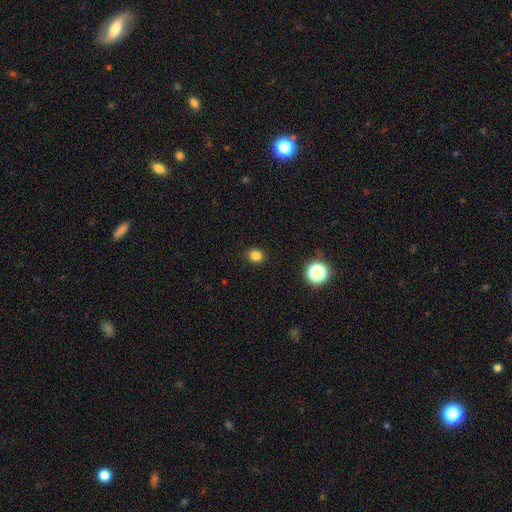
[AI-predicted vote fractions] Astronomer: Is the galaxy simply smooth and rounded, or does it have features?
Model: smooth — 82%.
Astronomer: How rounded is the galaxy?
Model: round — 71%.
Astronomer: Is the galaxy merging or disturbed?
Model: none — 90%.